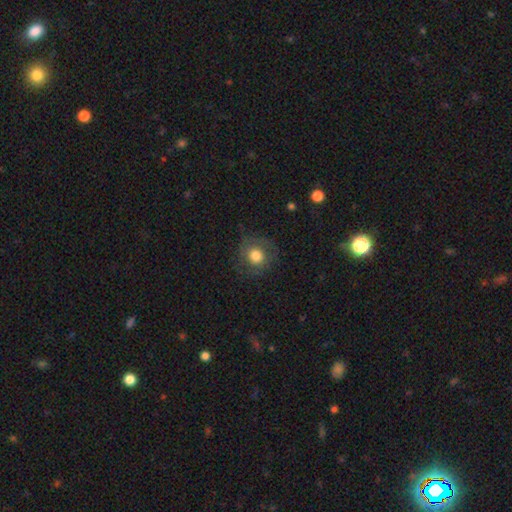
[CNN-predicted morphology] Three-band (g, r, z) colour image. It shows a smooth galaxy with no disk features (73%) that is round (89%). Merging: none (77%).